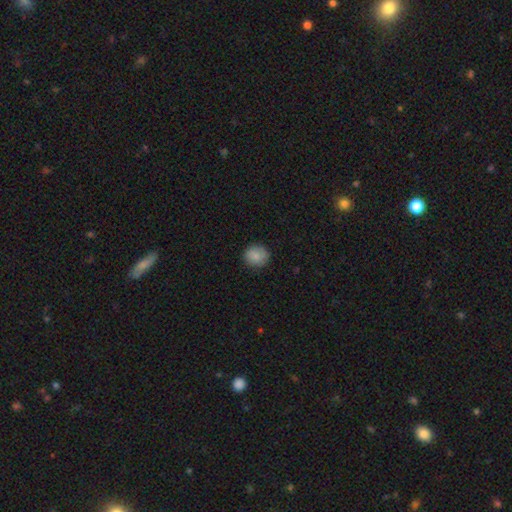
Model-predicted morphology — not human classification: Q: Smooth or featured?
A: smooth (85%); runner-up: star or artifact (8%)
Q: How rounded?
A: round (83%); runner-up: in between (16%)
Q: Merging?
A: none (87%); runner-up: minor disturbance (10%)